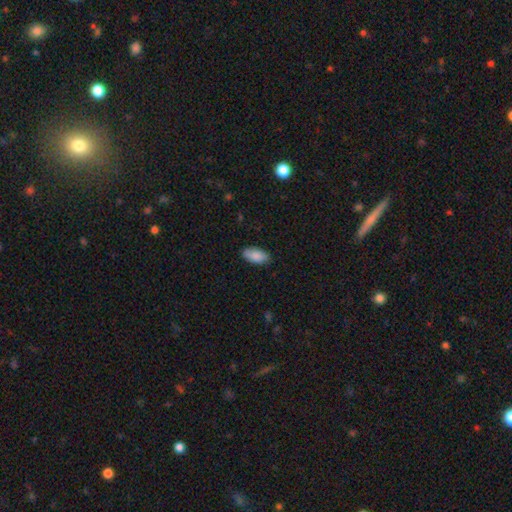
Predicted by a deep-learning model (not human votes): Smooth or featured? Predicted: smooth (p=0.88). How rounded? Predicted: in between (p=0.92). Merging? Predicted: none (p=0.85).